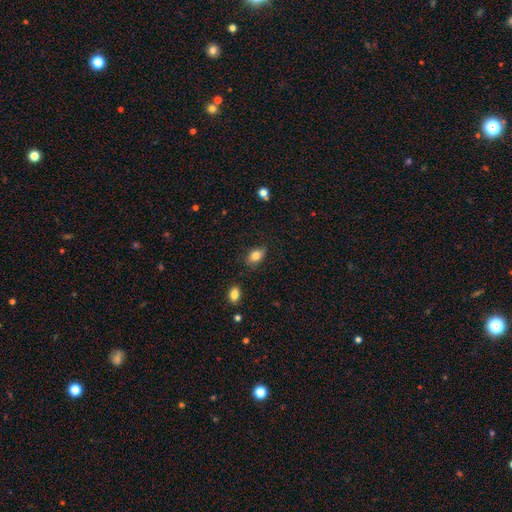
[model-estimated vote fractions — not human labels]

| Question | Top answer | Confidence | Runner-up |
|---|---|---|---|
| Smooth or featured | smooth | 82% | featured or disk (10%) |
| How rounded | in between | 87% | round (10%) |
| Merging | none | 79% | minor disturbance (16%) |